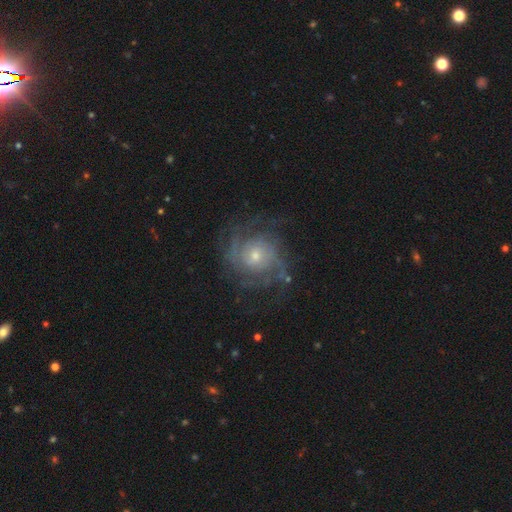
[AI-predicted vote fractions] Overall: featured or disk (84%). Edge-on disk: no (97%). Bar: no (73%). Spiral arms: yes (94%). Spiral arm count: can't tell (31%; 2 27%). Spiral winding: tight (54%; medium 35%). Bulge size: small (49%; moderate 44%). Merging: none (70%).